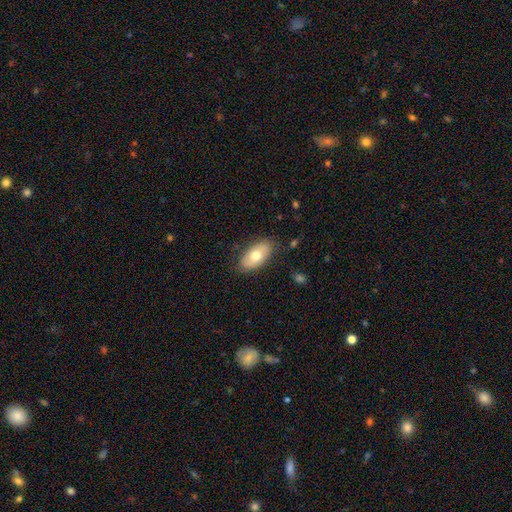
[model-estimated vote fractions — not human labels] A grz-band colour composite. It shows a smooth galaxy with no disk features (67%) that is in between round and cigar-shaped (93%). Merging: none (82%).